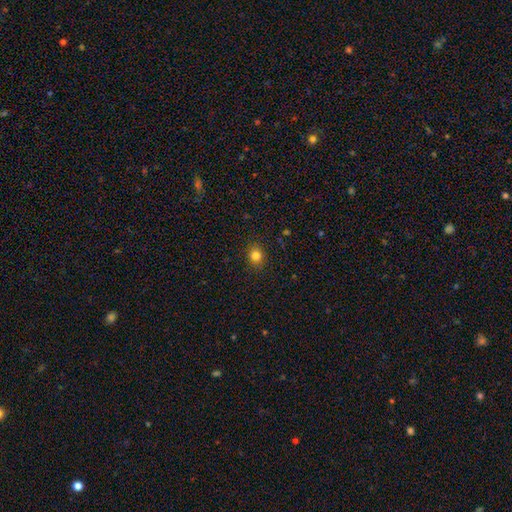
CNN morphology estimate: smooth 81%, star or artifact 13%, featured or disk 6%. Down the decision tree: how rounded — round (70%); merging — none (89%).